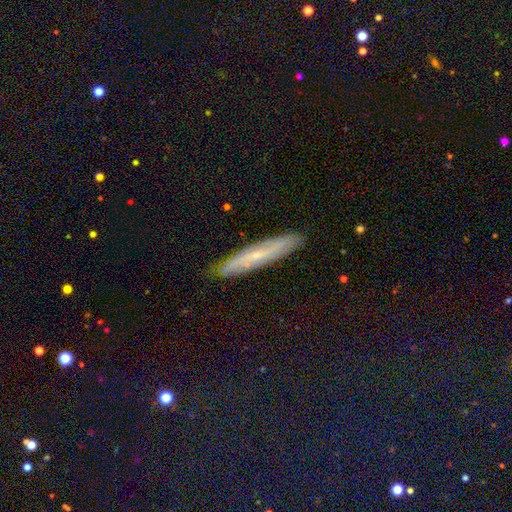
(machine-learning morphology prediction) smooth-or-featured: featured or disk: 57% | smooth: 35% | star or artifact: 9%
  disk-edge-on: yes: 67% | no: 33%
  merging: none: 86% | minor disturbance: 11% | major disturbance: 2% | merger: 1%